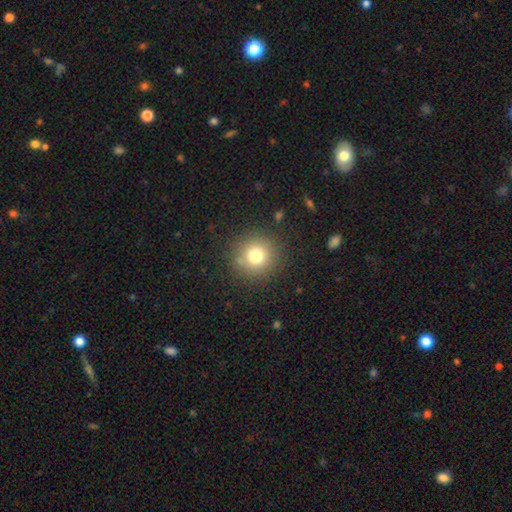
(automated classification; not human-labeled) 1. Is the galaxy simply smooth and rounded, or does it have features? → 76% smooth, 14% star or artifact, 10% featured or disk.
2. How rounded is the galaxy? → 93% round, 6% in between, 1% cigar-shaped.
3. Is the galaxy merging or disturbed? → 87% none, 8% minor disturbance, 3% major disturbance, 2% merger.